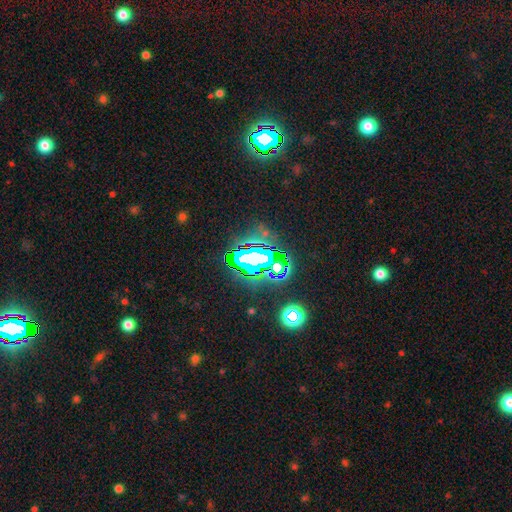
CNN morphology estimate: type=star or artifact (68%).